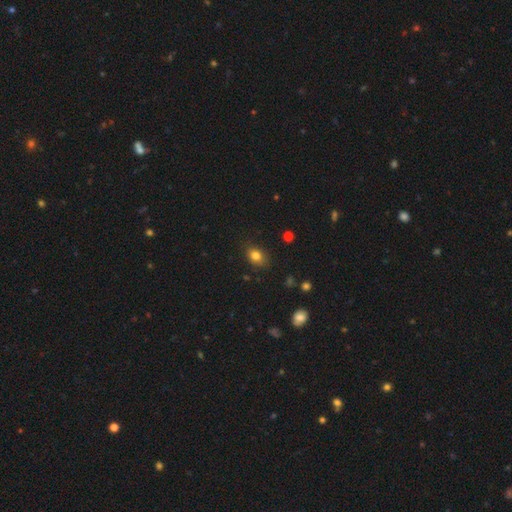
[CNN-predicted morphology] Smooth or featured?
  - smooth: 81% *
  - star or artifact: 12%
  - featured or disk: 7%
How rounded?
  - in between: 63% *
  - round: 36%
  - cigar-shaped: 1%
Merging?
  - none: 77% *
  - minor disturbance: 18%
  - major disturbance: 4%
  - merger: 2%